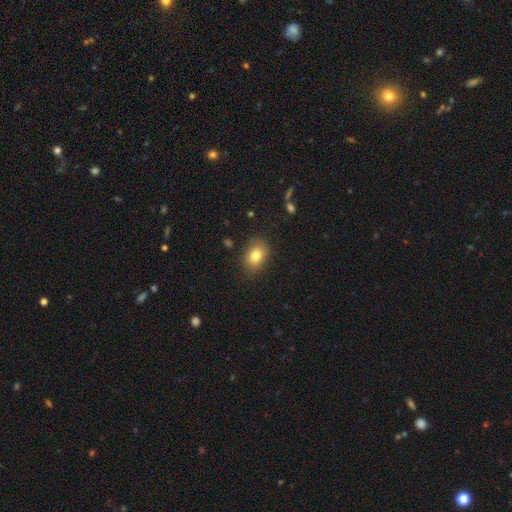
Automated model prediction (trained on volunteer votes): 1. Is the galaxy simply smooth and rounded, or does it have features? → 80% smooth, 10% featured or disk, 10% star or artifact.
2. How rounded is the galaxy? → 70% in between, 29% round, 1% cigar-shaped.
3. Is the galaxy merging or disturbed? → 82% none, 13% minor disturbance, 3% major disturbance, 1% merger.